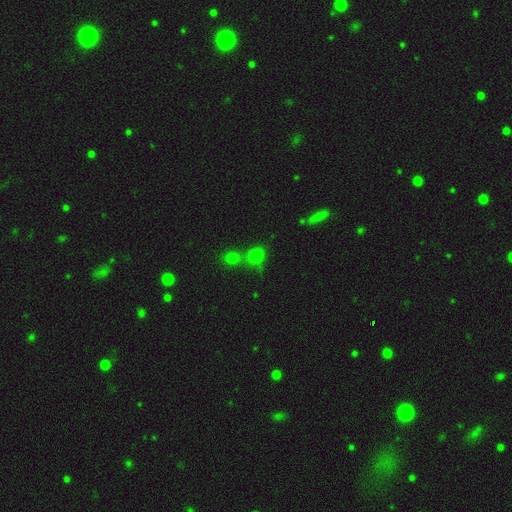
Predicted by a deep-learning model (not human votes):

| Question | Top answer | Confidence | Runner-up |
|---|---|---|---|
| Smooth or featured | smooth | 71% | star or artifact (21%) |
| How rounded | round | 72% | in between (26%) |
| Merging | none | 47% | merger (38%) |